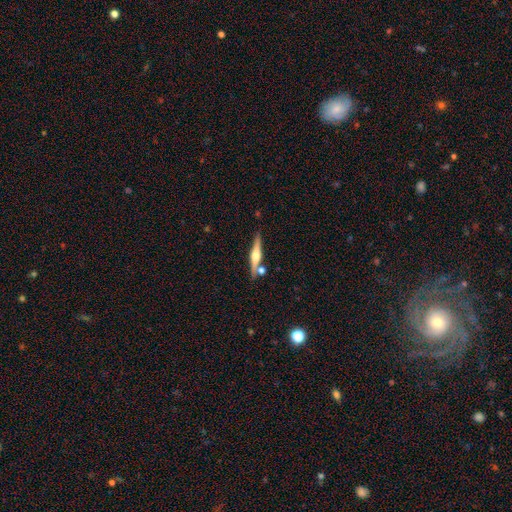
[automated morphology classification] Smooth or featured? Predicted: featured or disk (p=0.71). Edge-on disk? Predicted: yes (p=0.97). Edge-on bulge? Predicted: rounded (p=0.90). Merging? Predicted: none (p=0.80).